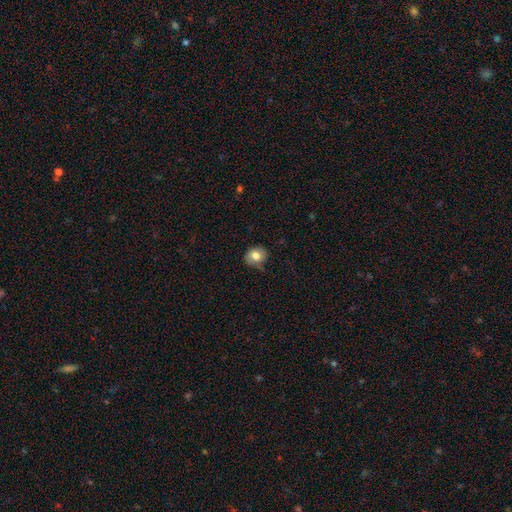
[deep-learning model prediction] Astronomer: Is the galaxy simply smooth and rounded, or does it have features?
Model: smooth — 77%.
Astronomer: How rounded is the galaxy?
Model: round — 75%.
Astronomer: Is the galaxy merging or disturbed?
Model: none — 65%.